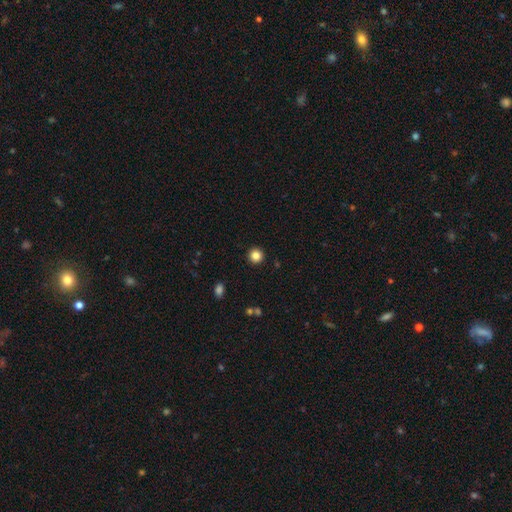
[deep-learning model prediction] smooth_or_featured: smooth (p=0.84) [alt: star or artifact p=0.11]
how_rounded: round (p=0.95) [alt: in between p=0.04]
merging: none (p=0.93) [alt: minor disturbance p=0.04]